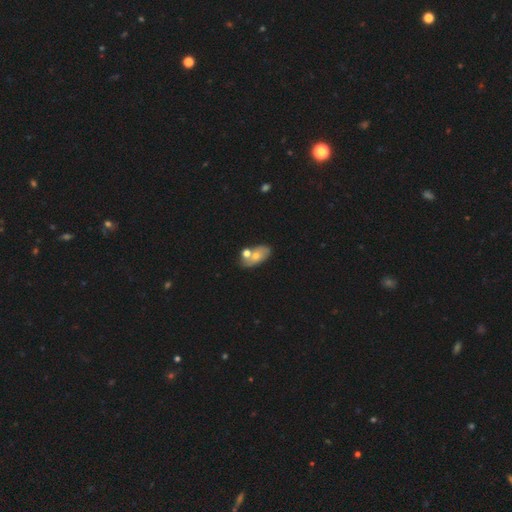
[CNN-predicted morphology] This is possibly a smooth galaxy (57%). How rounded: clearly in between (87%). Merging: possibly none (48%).